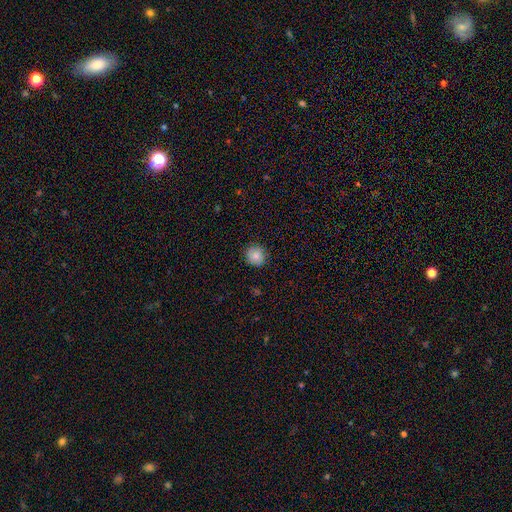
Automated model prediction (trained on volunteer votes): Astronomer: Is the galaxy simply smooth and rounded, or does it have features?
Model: smooth — 84%.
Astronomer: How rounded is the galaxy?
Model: round — 91%.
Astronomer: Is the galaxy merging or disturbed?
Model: none — 88%.